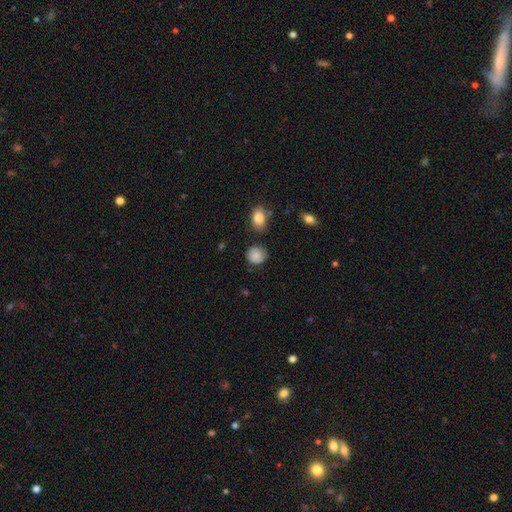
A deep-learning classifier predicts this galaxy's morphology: Smooth or featured? smooth (80%)
How rounded? round (80%)
Merging? none (70%)